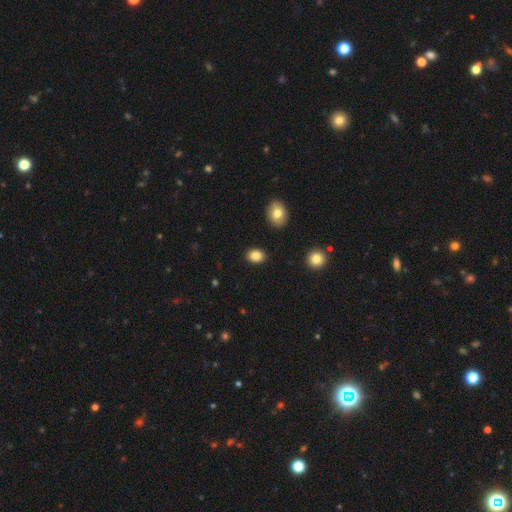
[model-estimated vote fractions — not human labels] smooth-or-featured: smooth: 85% | star or artifact: 9% | featured or disk: 5%
  how-rounded: in between: 62% | round: 37% | cigar-shaped: 1%
  merging: none: 89% | minor disturbance: 7% | major disturbance: 2% | merger: 2%